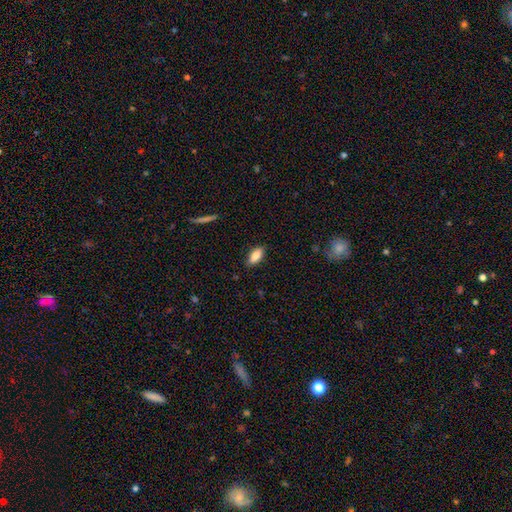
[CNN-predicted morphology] smooth 83%, featured or disk 10%, star or artifact 7%. Down the decision tree: how rounded — in between (83%); merging — none (86%).